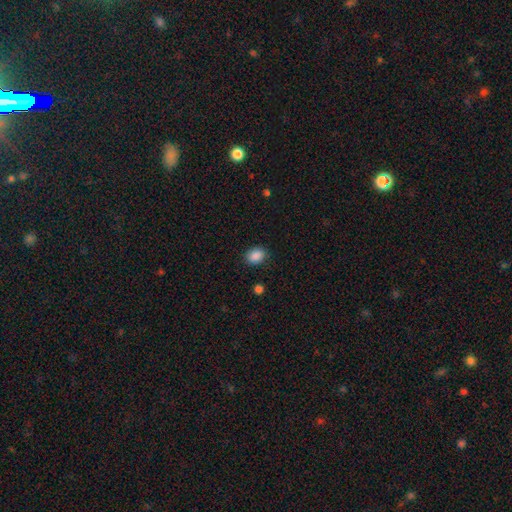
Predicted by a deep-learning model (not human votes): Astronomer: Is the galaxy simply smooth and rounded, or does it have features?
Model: smooth — 88%.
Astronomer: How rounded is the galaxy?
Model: in between — 51% (runner-up: round, 48%).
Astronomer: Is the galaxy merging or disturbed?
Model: none — 87%.